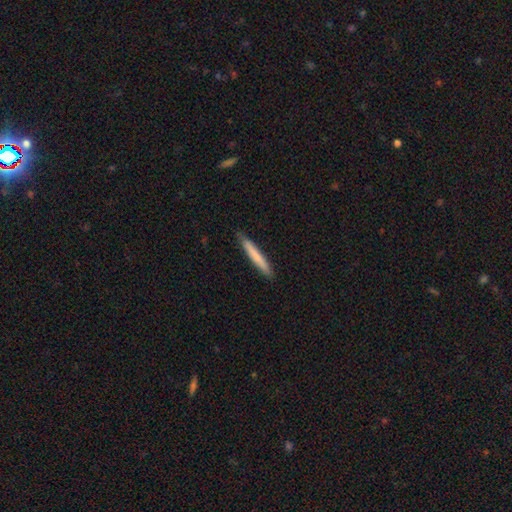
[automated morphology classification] Smooth or featured?
  - smooth: 74% *
  - featured or disk: 21%
  - star or artifact: 5%
How rounded?
  - cigar-shaped: 96% *
  - in between: 3%
  - round: 1%
Merging?
  - none: 88% *
  - minor disturbance: 10%
  - major disturbance: 1%
  - merger: 1%